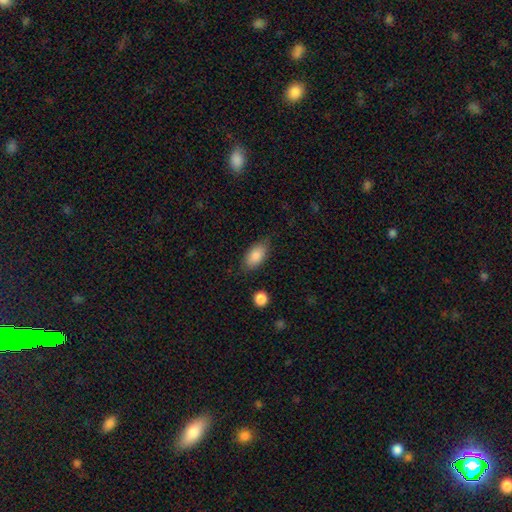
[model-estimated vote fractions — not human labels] smooth-or-featured: smooth: 84% | featured or disk: 9% | star or artifact: 7%
  how-rounded: in between: 91% | round: 4% | cigar-shaped: 4%
  merging: none: 76% | minor disturbance: 18% | major disturbance: 4% | merger: 2%